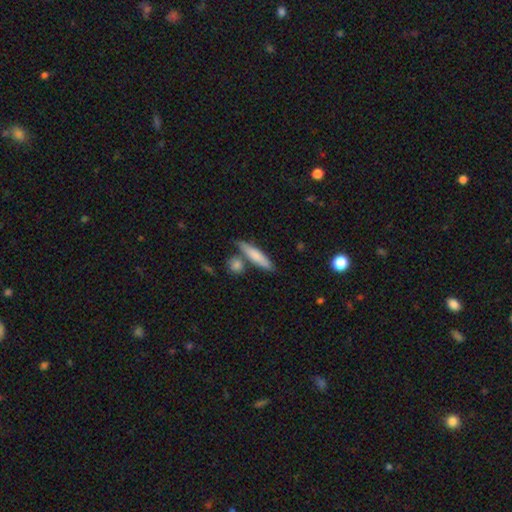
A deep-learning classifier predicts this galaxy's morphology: A smooth galaxy with no disk features (74%) that is cigar-shaped (81%). Merging: none (70%).